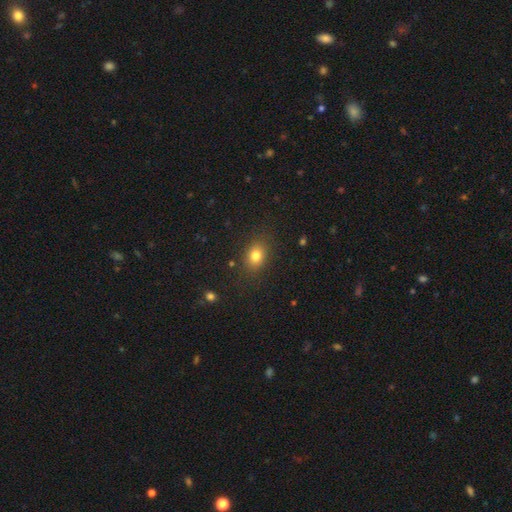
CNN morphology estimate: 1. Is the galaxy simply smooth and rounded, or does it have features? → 79% smooth, 12% star or artifact, 9% featured or disk.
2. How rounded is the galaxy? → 61% in between, 37% round, 1% cigar-shaped.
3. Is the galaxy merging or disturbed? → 83% none, 11% minor disturbance, 4% major disturbance, 2% merger.